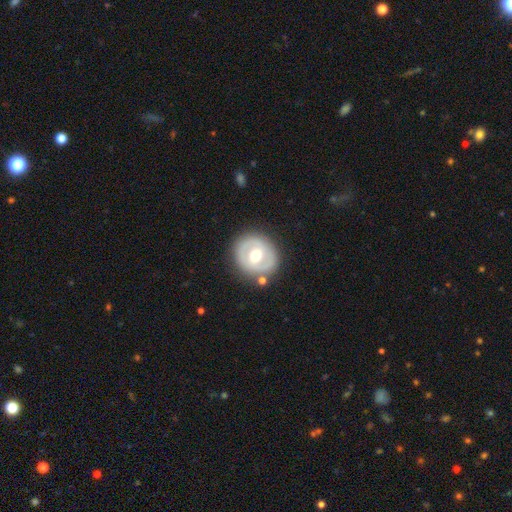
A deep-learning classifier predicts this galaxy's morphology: featured or disk 53%, smooth 41%, star or artifact 6%. Down the decision tree: edge-on disk — no (96%); bar — no (48%); spiral arms — no (73%); bulge size — moderate (77%); merging — none (81%).